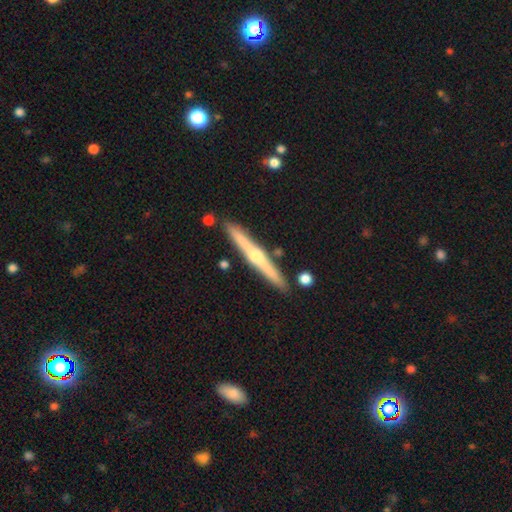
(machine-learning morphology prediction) smooth_or_featured: featured or disk (p=0.73) [alt: smooth p=0.22]
disk_edge_on: yes (p=0.97) [alt: no p=0.03]
edge_on_bulge: rounded (p=0.85) [alt: none p=0.12]
merging: none (p=0.88) [alt: minor disturbance p=0.08]